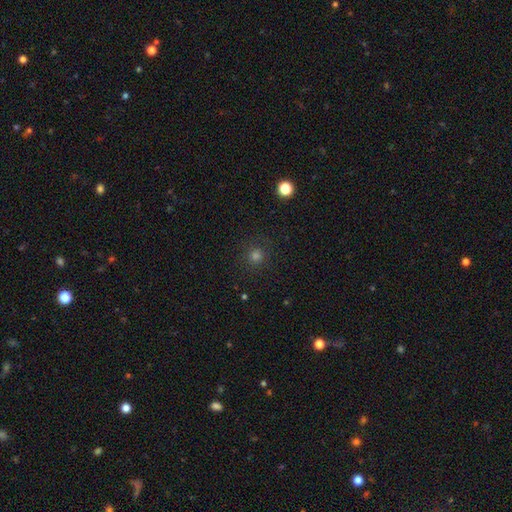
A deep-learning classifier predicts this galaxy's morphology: smooth 69%, star or artifact 24%, featured or disk 6%. Down the decision tree: how rounded — round (94%); merging — none (88%).